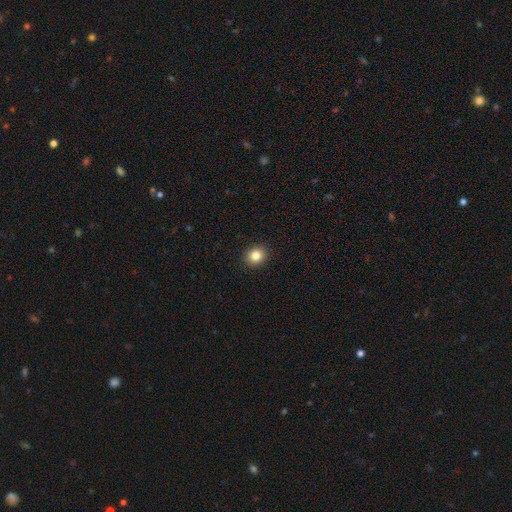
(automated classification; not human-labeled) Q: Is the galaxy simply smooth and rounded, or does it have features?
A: smooth — 84%.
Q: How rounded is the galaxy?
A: round — 70%.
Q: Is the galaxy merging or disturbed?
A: none — 92%.